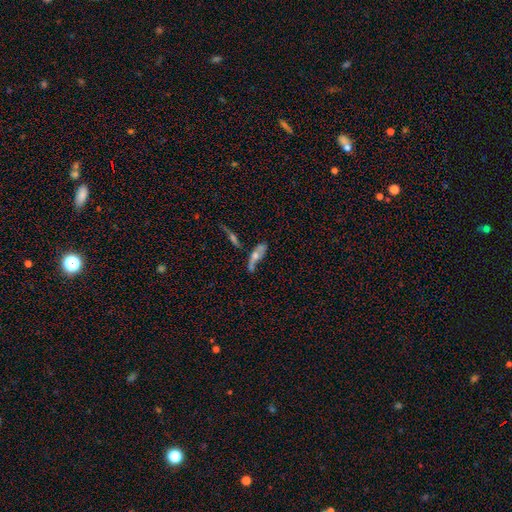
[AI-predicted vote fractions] Morphology: type=featured or disk (49%); merging=none (31%).